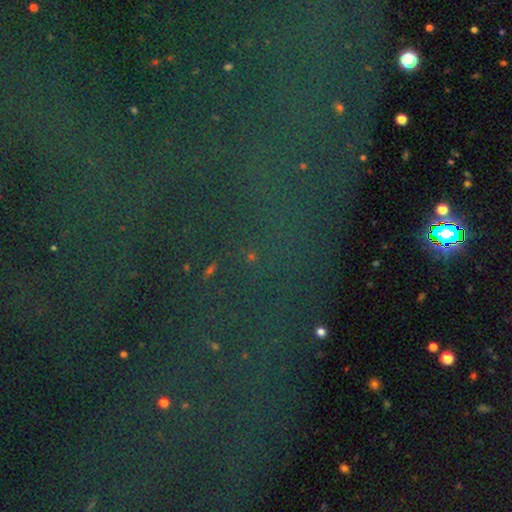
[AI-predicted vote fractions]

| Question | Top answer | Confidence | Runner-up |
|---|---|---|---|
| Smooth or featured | star or artifact | 78% | smooth (13%) |